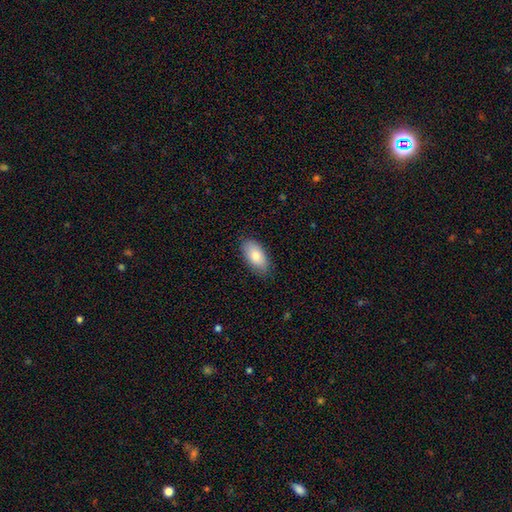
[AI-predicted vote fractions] Smooth or featured: smooth — 79% (featured or disk — 14%)
How rounded: in between — 92% (cigar-shaped — 5%)
Merging: none — 84% (minor disturbance — 12%)